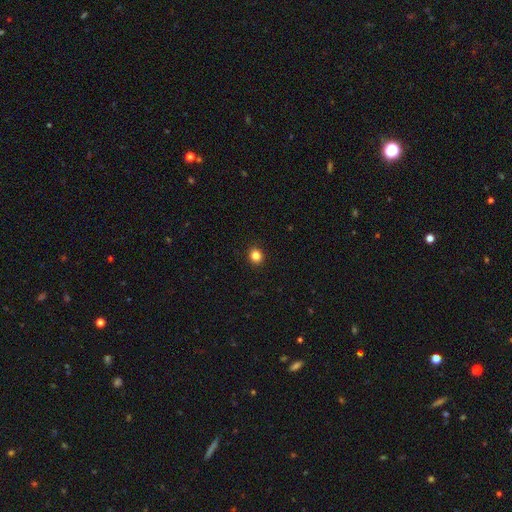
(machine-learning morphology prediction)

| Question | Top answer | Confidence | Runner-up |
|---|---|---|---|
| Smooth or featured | smooth | 84% | star or artifact (12%) |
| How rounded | round | 79% | in between (20%) |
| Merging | none | 93% | minor disturbance (5%) |